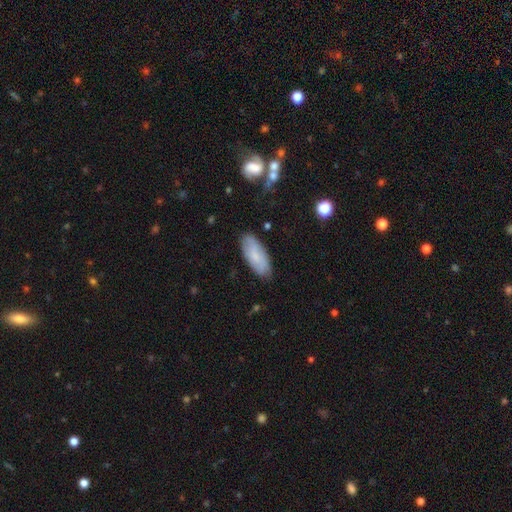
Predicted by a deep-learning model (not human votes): Q: Smooth or featured?
A: smooth (69%); runner-up: featured or disk (24%)
Q: How rounded?
A: in between (82%); runner-up: cigar-shaped (15%)
Q: Merging?
A: none (81%); runner-up: minor disturbance (14%)